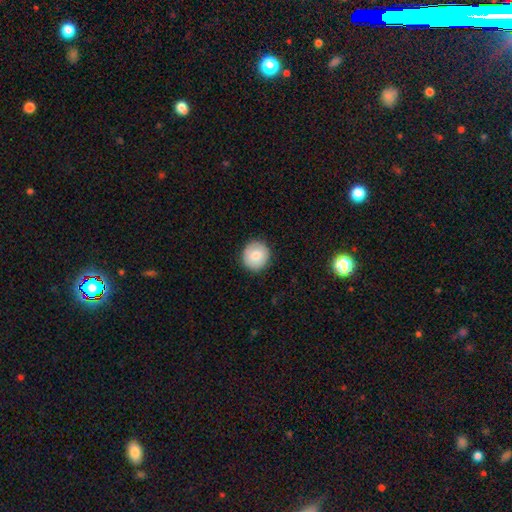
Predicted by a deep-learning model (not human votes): A smooth galaxy with no disk features (81%) that is round (91%).

Vote fractions:
- Smooth or featured? smooth: 81% / featured or disk: 11% / star or artifact: 7%
- How rounded? round: 91% / in between: 8% / cigar-shaped: 1%
- Merging? none: 90% / minor disturbance: 7% / major disturbance: 2% / merger: 1%